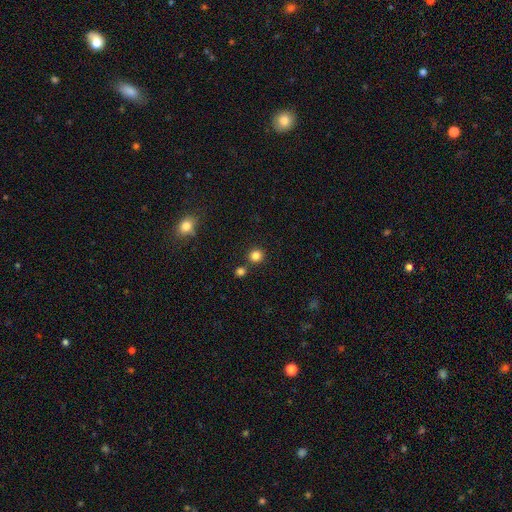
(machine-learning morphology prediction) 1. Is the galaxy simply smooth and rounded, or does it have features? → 83% smooth, 13% star or artifact, 4% featured or disk.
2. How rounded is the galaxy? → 92% round, 7% in between, 1% cigar-shaped.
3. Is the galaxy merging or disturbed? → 81% none, 10% merger, 6% minor disturbance, 2% major disturbance.